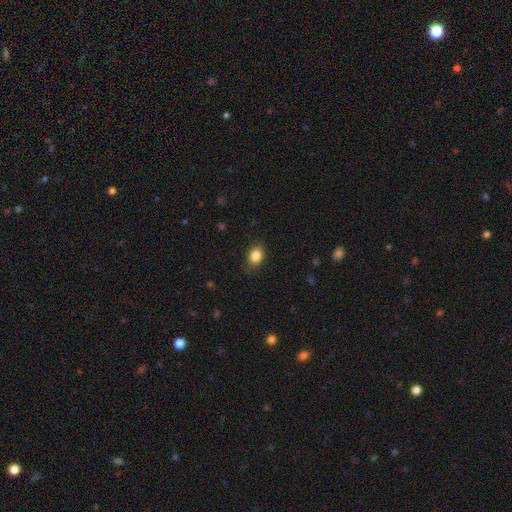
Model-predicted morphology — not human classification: type=smooth (85%); roundness=in between (70%); merging=none (84%).